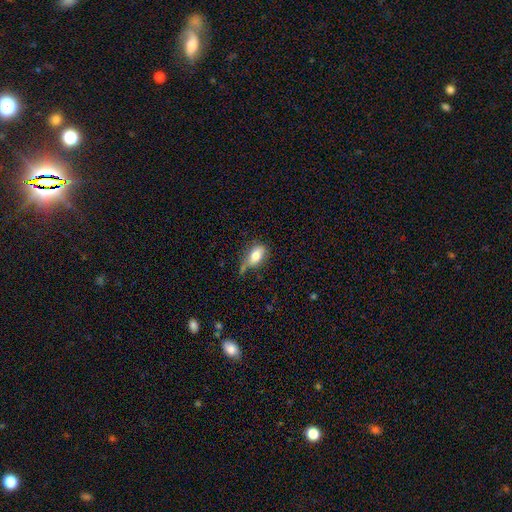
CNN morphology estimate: smooth-or-featured: smooth: 74% | featured or disk: 18% | star or artifact: 8%
  how-rounded: in between: 85% | round: 9% | cigar-shaped: 6%
  merging: none: 41% | minor disturbance: 34% | major disturbance: 14% | merger: 10%